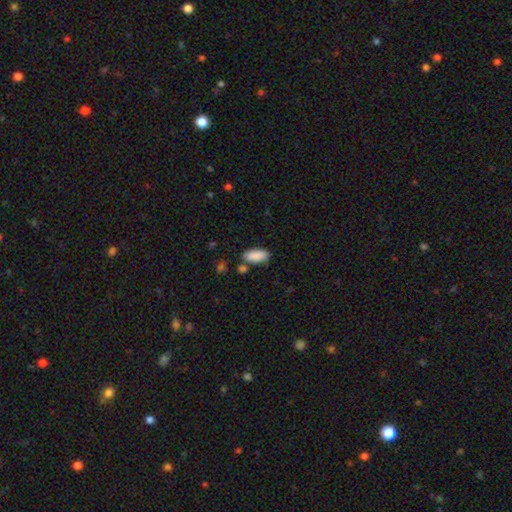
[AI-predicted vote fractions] Q: Smooth or featured?
A: smooth (90%); runner-up: star or artifact (6%)
Q: How rounded?
A: in between (87%); runner-up: cigar-shaped (11%)
Q: Merging?
A: none (77%); runner-up: minor disturbance (12%)